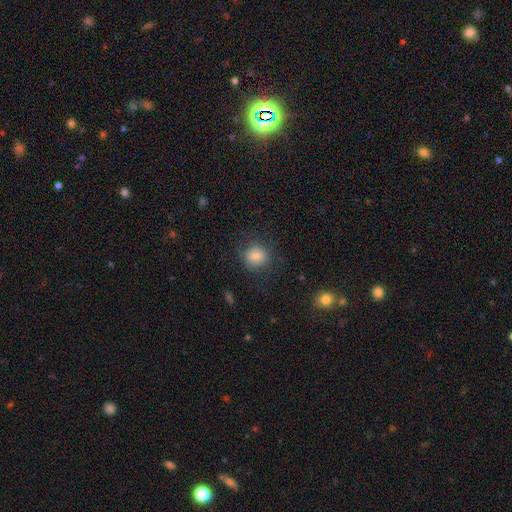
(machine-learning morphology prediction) type=smooth (77%); roundness=round (86%); merging=none (79%).